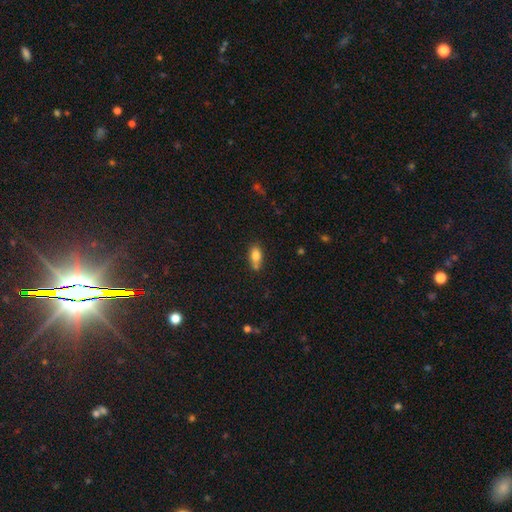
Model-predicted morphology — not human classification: smooth-or-featured: smooth: 81% | featured or disk: 10% | star or artifact: 9%
  how-rounded: in between: 85% | round: 11% | cigar-shaped: 5%
  merging: none: 59% | merger: 18% | minor disturbance: 18% | major disturbance: 4%